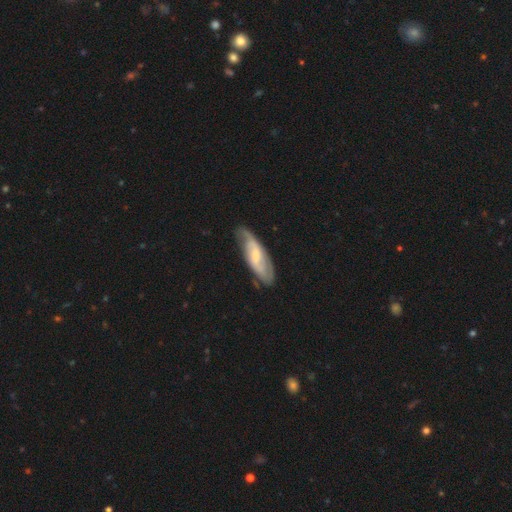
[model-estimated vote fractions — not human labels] featured or disk 65%, smooth 30%, star or artifact 6%. Down the decision tree: edge-on disk — no (83%); bar — weak (46%); spiral arms — yes (87%); bulge size — small (40%); merging — none (67%).